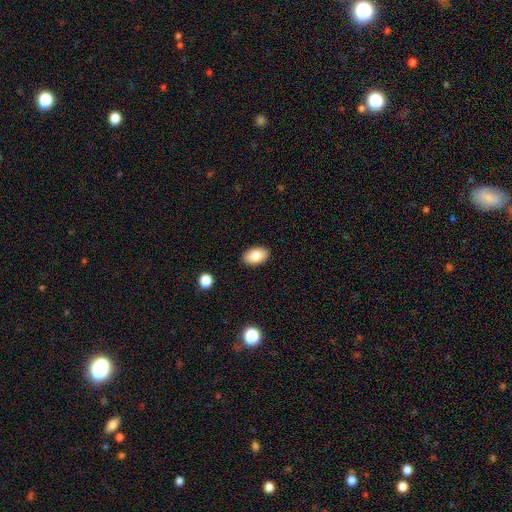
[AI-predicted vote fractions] Overall: smooth (84%). How rounded: in between (91%). Merging: none (89%).